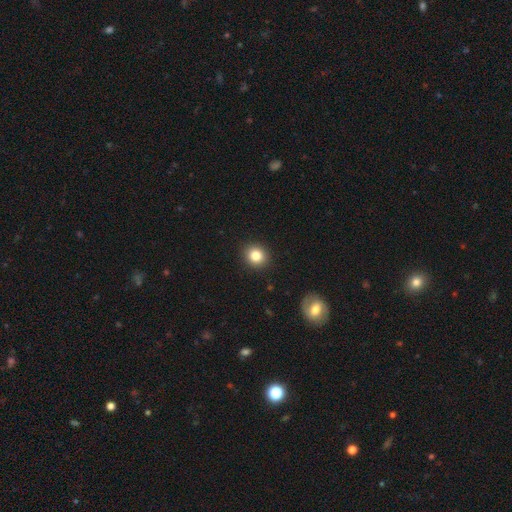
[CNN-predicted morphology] type=smooth (83%); roundness=round (84%); merging=none (91%).